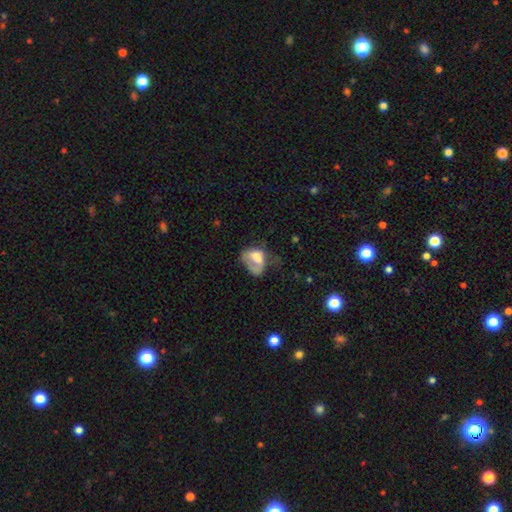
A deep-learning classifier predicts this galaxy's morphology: A smooth galaxy with no disk features (54%) that is in between round and cigar-shaped (79%).

Vote fractions:
- Smooth or featured? smooth: 54% / featured or disk: 36% / star or artifact: 10%
- How rounded? in between: 79% / round: 19% / cigar-shaped: 2%
- Merging? major disturbance: 45% / minor disturbance: 21% / none: 20% / merger: 14%